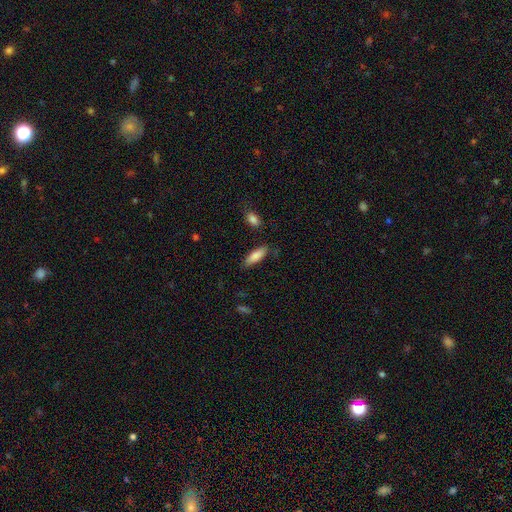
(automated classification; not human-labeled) Smooth or featured? smooth (83%)
How rounded? in between (53%)
Merging? none (82%)